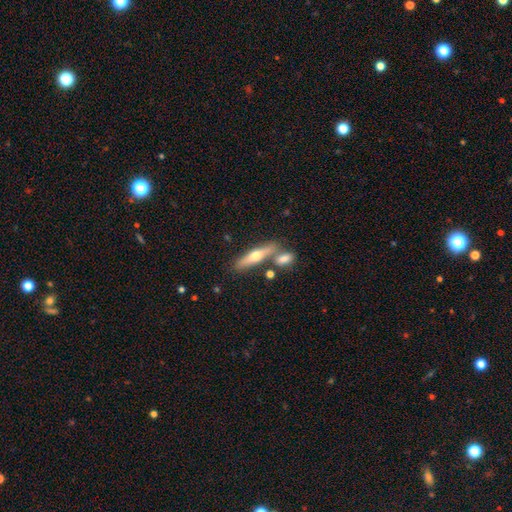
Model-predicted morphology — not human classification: featured or disk 51%, smooth 43%, star or artifact 6%. Down the decision tree: edge-on disk — yes (91%); merging — none (63%).